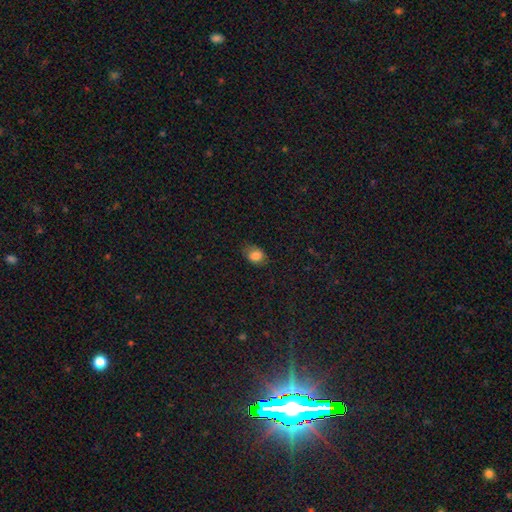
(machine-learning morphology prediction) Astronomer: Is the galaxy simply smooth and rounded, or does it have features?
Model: smooth — 83%.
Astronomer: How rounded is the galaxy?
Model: in between — 68%.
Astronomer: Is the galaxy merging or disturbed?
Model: none — 67%.